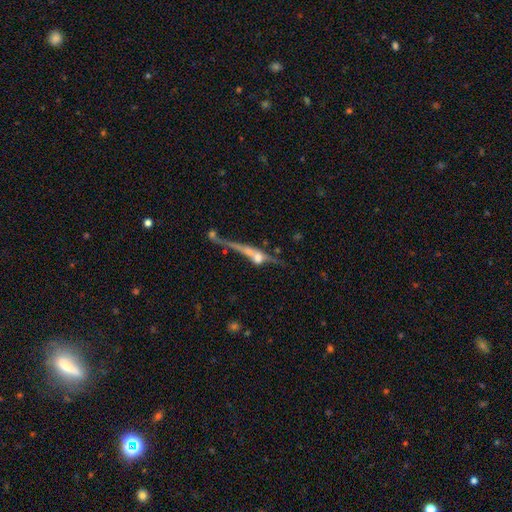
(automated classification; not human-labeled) smooth_or_featured: featured or disk (p=0.62) [alt: smooth p=0.24]
disk_edge_on: yes (p=0.74) [alt: no p=0.26]
merging: none (p=0.38) [alt: merger p=0.29]